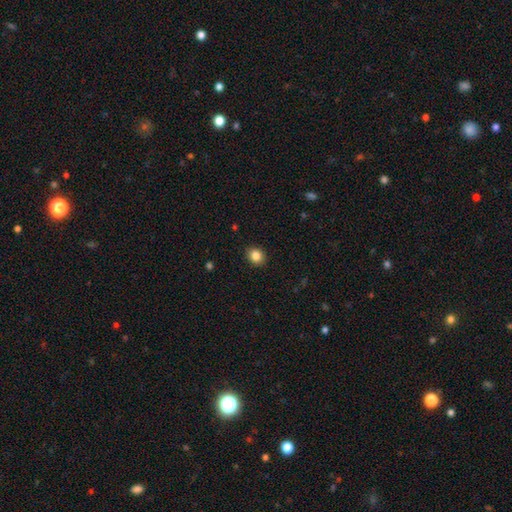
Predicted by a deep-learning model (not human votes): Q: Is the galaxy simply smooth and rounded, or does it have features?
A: smooth — 85%.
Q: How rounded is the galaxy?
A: round — 66%.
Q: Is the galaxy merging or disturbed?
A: none — 91%.